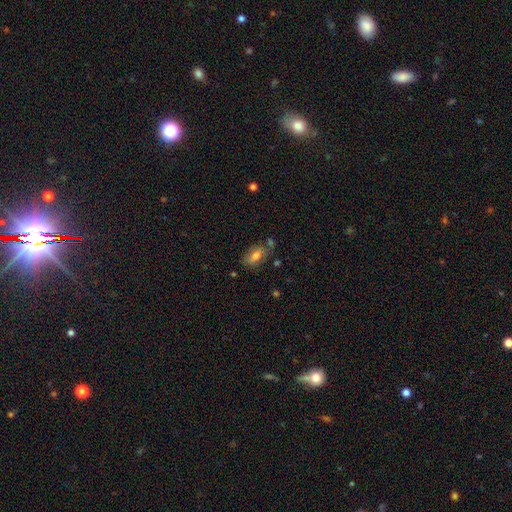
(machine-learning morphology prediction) Smooth or featured? Predicted: smooth (p=0.67). How rounded? Predicted: in between (p=0.87). Merging? Predicted: none (p=0.65).